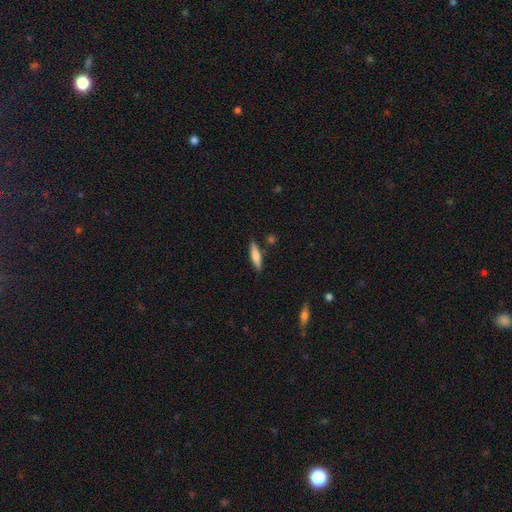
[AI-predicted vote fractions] smooth_or_featured: smooth (p=0.69) [alt: featured or disk p=0.25]
how_rounded: cigar-shaped (p=0.76) [alt: in between p=0.22]
merging: none (p=0.84) [alt: minor disturbance p=0.10]